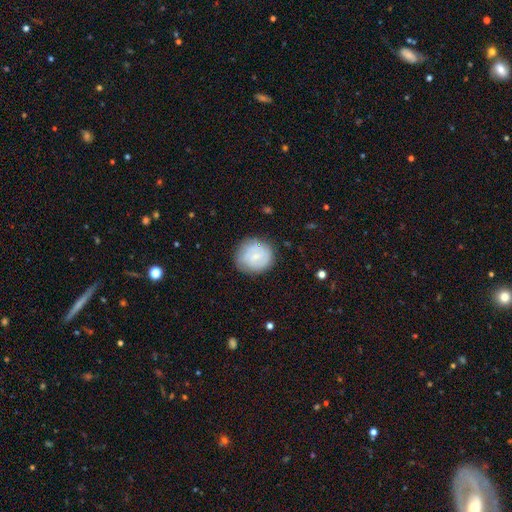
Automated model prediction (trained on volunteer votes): A smooth galaxy with no disk features (54%) that is round (87%).

Vote fractions:
- Smooth or featured? smooth: 54% / featured or disk: 38% / star or artifact: 7%
- How rounded? round: 87% / in between: 12% / cigar-shaped: 1%
- Merging? none: 78% / minor disturbance: 16% / major disturbance: 5% / merger: 2%